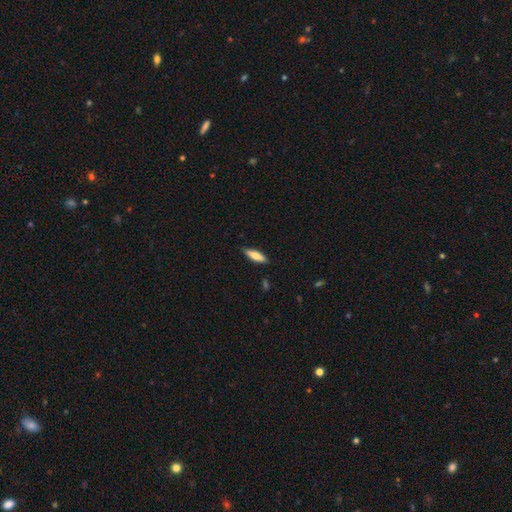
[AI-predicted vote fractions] smooth_or_featured: smooth (p=0.72) [alt: featured or disk p=0.22]
how_rounded: cigar-shaped (p=0.63) [alt: in between p=0.35]
merging: none (p=0.86) [alt: minor disturbance p=0.11]